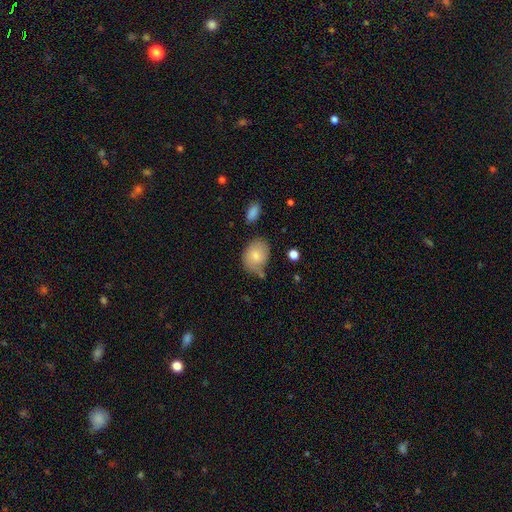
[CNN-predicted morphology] A smooth galaxy with no disk features (77%) that is in between round and cigar-shaped (62%). Merging: none (53%).